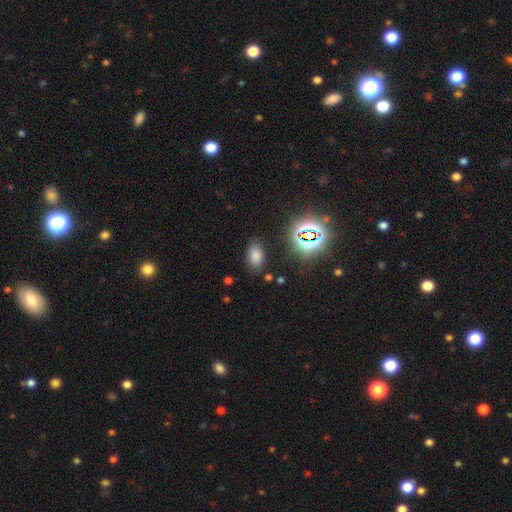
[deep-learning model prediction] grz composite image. It shows a smooth galaxy with no disk features (72%) that is in between round and cigar-shaped (89%). Merging: none (80%).